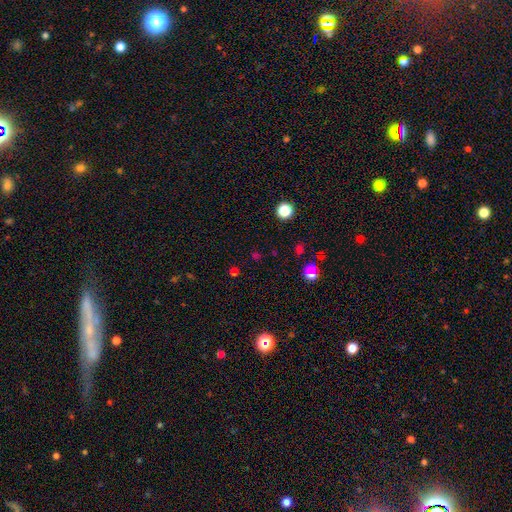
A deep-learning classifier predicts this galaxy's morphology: smooth_or_featured: star or artifact (p=0.52) [alt: smooth p=0.42]